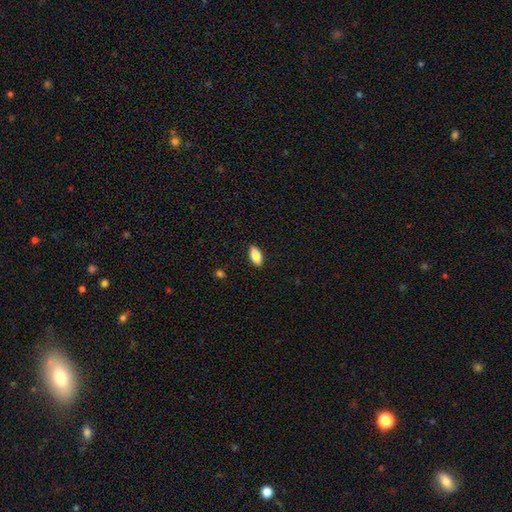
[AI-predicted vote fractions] A smooth galaxy with no disk features (82%) that is in between round and cigar-shaped (87%).

Vote fractions:
- Smooth or featured? smooth: 82% / featured or disk: 11% / star or artifact: 7%
- How rounded? in between: 87% / cigar-shaped: 11% / round: 3%
- Merging? none: 88% / minor disturbance: 9% / major disturbance: 2% / merger: 1%